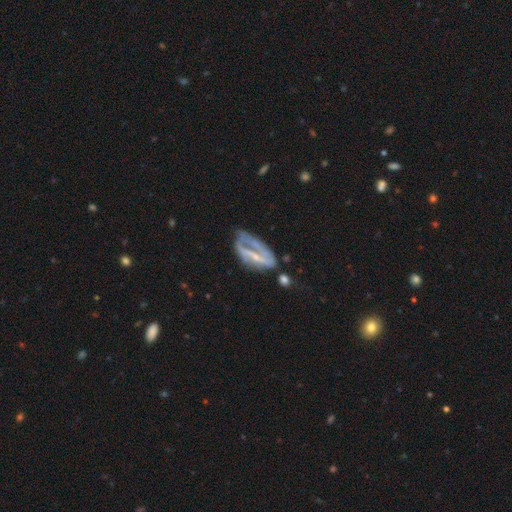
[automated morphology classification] Smooth or featured?
  - featured or disk: 71% *
  - smooth: 22%
  - star or artifact: 8%
Edge-on disk?
  - no: 90% *
  - yes: 10%
Bar?
  - strong: 46% *
  - weak: 30%
  - no: 24%
Spiral arms?
  - yes: 61% *
  - no: 39%
Bulge size?
  - small: 61% *
  - moderate: 20%
  - none: 16%
  - large: 2%
  - dominant: 1%
Merging?
  - none: 36% *
  - major disturbance: 29%
  - minor disturbance: 25%
  - merger: 10%